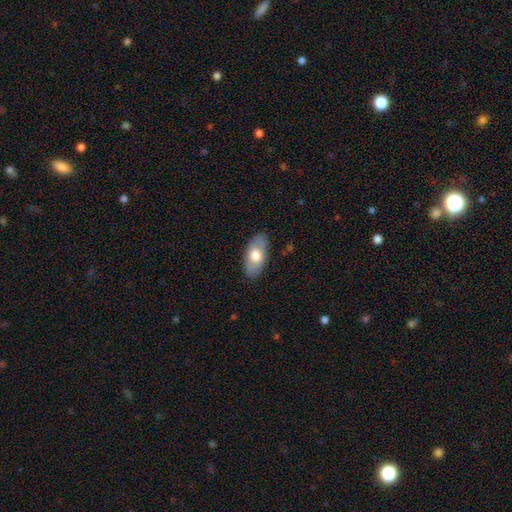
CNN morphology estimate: smooth 69%, featured or disk 26%, star or artifact 5%. Down the decision tree: how rounded — in between (93%); merging — none (85%).